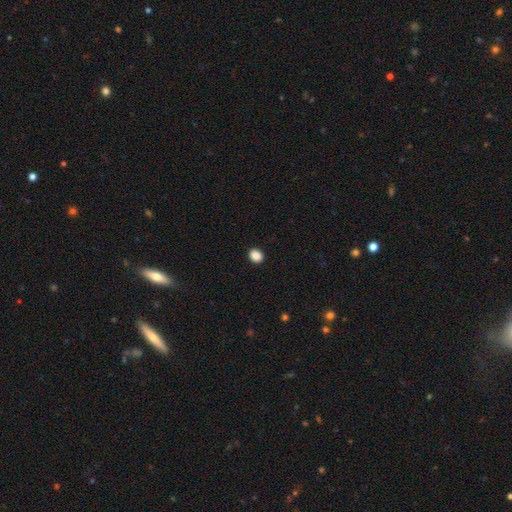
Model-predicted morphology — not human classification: Smooth or featured?
  - smooth: 89% *
  - star or artifact: 9%
  - featured or disk: 2%
How rounded?
  - round: 53% *
  - in between: 46%
  - cigar-shaped: 1%
Merging?
  - none: 91% *
  - minor disturbance: 6%
  - major disturbance: 2%
  - merger: 1%